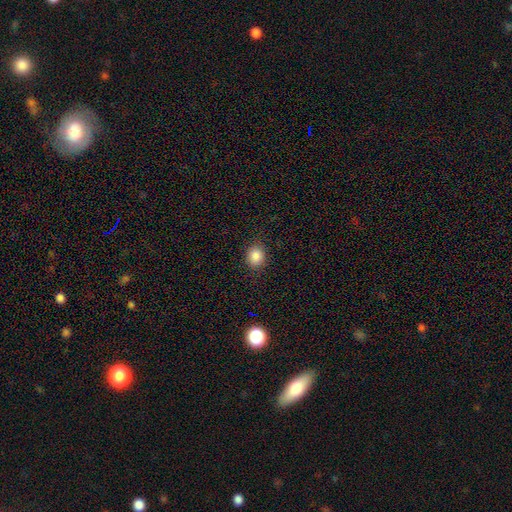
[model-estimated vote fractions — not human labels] Q: Smooth or featured?
A: smooth (86%); runner-up: star or artifact (10%)
Q: How rounded?
A: round (63%); runner-up: in between (36%)
Q: Merging?
A: none (88%); runner-up: minor disturbance (9%)